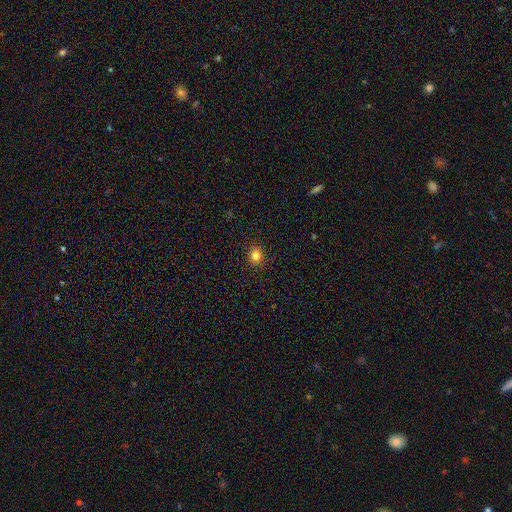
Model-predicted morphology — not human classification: Smooth or featured? Predicted: smooth (p=0.81). How rounded? Predicted: round (p=0.73). Merging? Predicted: none (p=0.89).